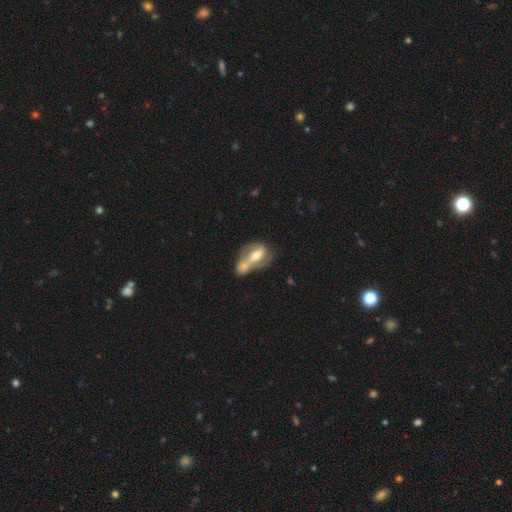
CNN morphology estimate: type=featured or disk (48%); merging=merger (63%).